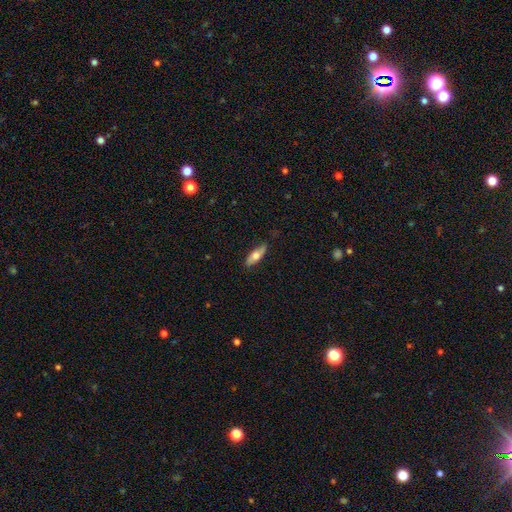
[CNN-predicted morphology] Smooth or featured? smooth (59%)
How rounded? in between (54%)
Merging? none (80%)